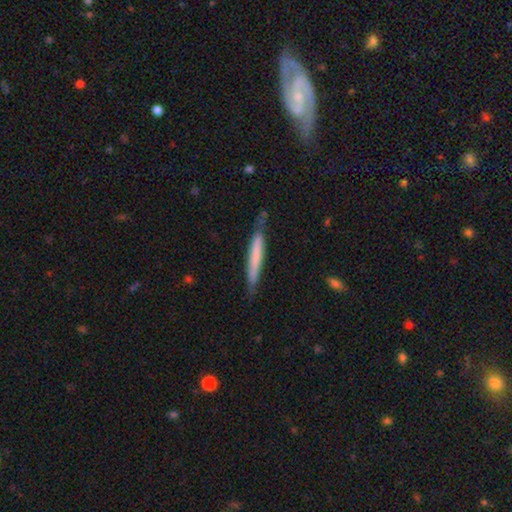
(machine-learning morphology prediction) type=smooth (60%); roundness=cigar-shaped (95%); merging=none (72%).